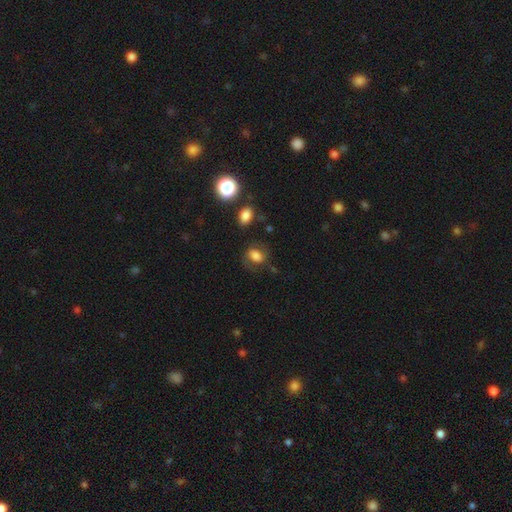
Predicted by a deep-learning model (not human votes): Smooth or featured?
  - smooth: 69% *
  - featured or disk: 20%
  - star or artifact: 11%
How rounded?
  - in between: 69% *
  - round: 30%
  - cigar-shaped: 2%
Merging?
  - none: 64% *
  - minor disturbance: 20%
  - major disturbance: 13%
  - merger: 3%